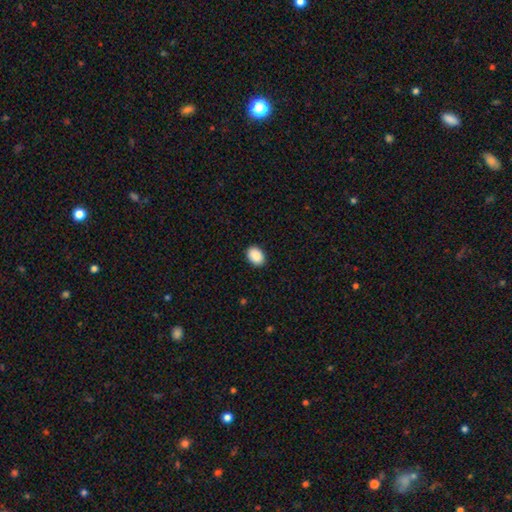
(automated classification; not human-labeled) This is clearly a smooth galaxy (91%). How rounded: likely in between (75%). Merging: clearly none (90%).